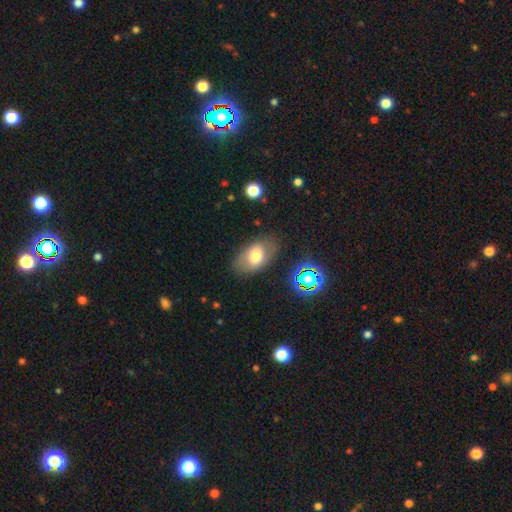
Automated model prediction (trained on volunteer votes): smooth-or-featured: smooth: 69% | featured or disk: 22% | star or artifact: 9%
  how-rounded: in between: 89% | round: 9% | cigar-shaped: 1%
  merging: none: 77% | minor disturbance: 15% | major disturbance: 5% | merger: 2%